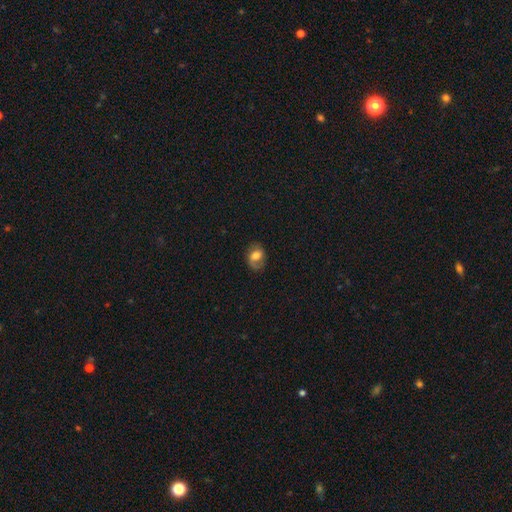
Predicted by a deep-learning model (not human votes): smooth-or-featured: smooth: 59% | featured or disk: 32% | star or artifact: 9%
  how-rounded: in between: 62% | round: 37% | cigar-shaped: 1%
  merging: none: 63% | minor disturbance: 24% | major disturbance: 12% | merger: 1%